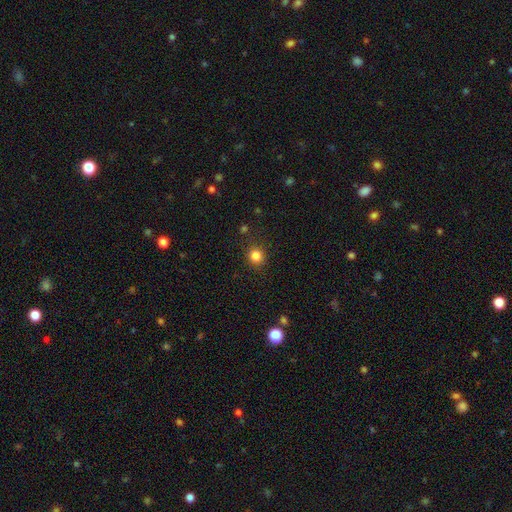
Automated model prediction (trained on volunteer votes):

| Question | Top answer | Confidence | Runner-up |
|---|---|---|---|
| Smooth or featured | smooth | 83% | star or artifact (13%) |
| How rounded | round | 86% | in between (13%) |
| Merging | none | 87% | minor disturbance (9%) |